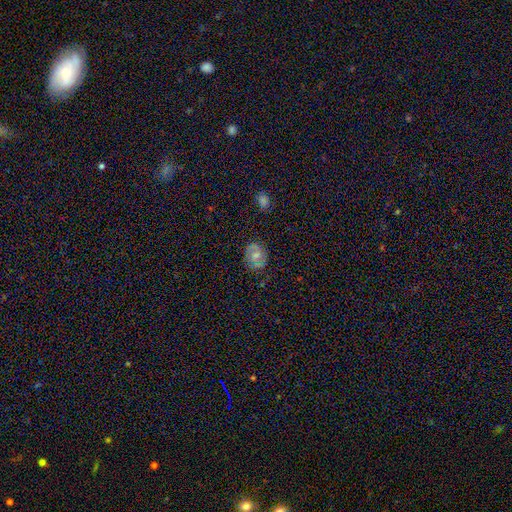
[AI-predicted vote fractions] Smooth or featured?
  - smooth: 45% *
  - featured or disk: 42%
  - star or artifact: 13%
Merging?
  - none: 78% *
  - minor disturbance: 15%
  - major disturbance: 5%
  - merger: 2%